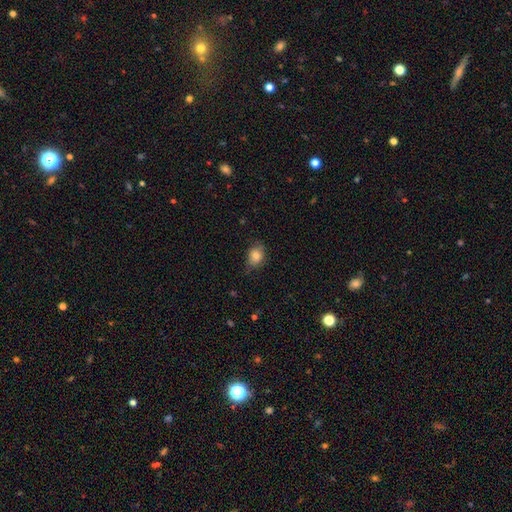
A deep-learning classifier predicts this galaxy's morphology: A smooth galaxy with no disk features (82%) that is in between round and cigar-shaped (59%). Merging: none (71%).